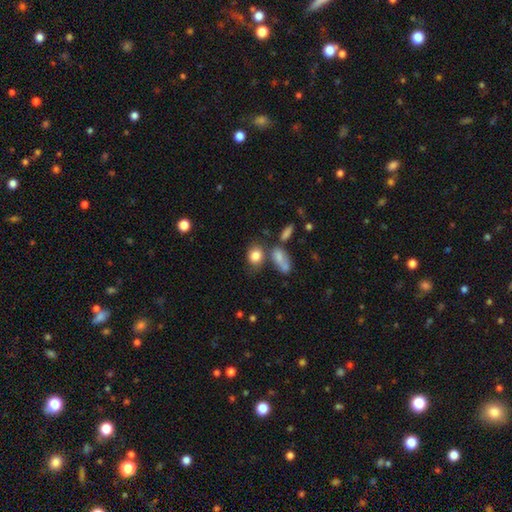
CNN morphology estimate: type=smooth (82%); roundness=in between (56%); merging=none (59%).